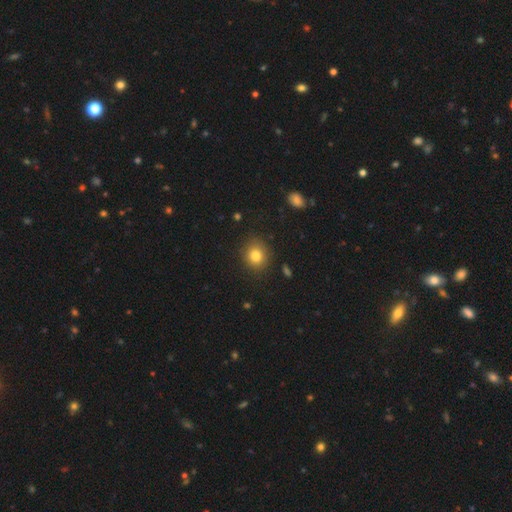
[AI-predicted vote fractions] smooth-or-featured: smooth: 82% | star or artifact: 11% | featured or disk: 7%
  how-rounded: round: 76% | in between: 23% | cigar-shaped: 1%
  merging: none: 86% | minor disturbance: 10% | major disturbance: 3% | merger: 1%